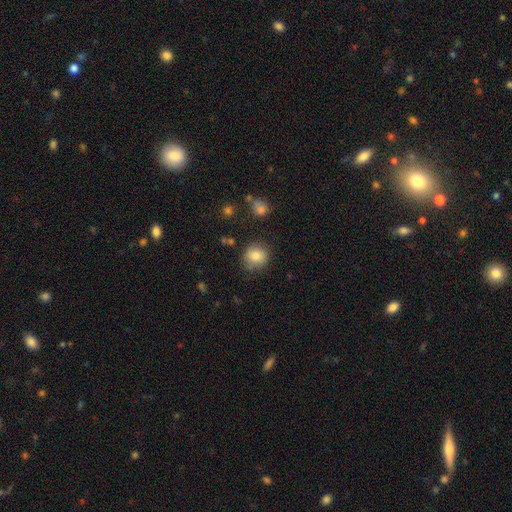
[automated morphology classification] Q: Smooth or featured?
A: smooth (80%); runner-up: featured or disk (10%)
Q: How rounded?
A: round (84%); runner-up: in between (15%)
Q: Merging?
A: none (79%); runner-up: minor disturbance (15%)